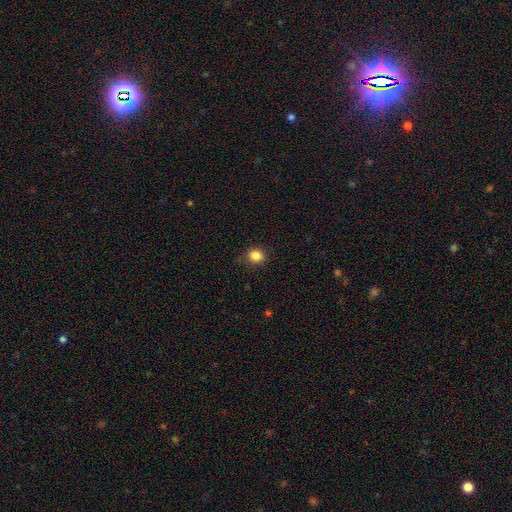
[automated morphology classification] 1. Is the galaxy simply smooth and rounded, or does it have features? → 85% smooth, 11% star or artifact, 4% featured or disk.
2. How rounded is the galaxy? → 79% round, 20% in between, 1% cigar-shaped.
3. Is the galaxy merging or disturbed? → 84% none, 12% minor disturbance, 3% major disturbance, 1% merger.